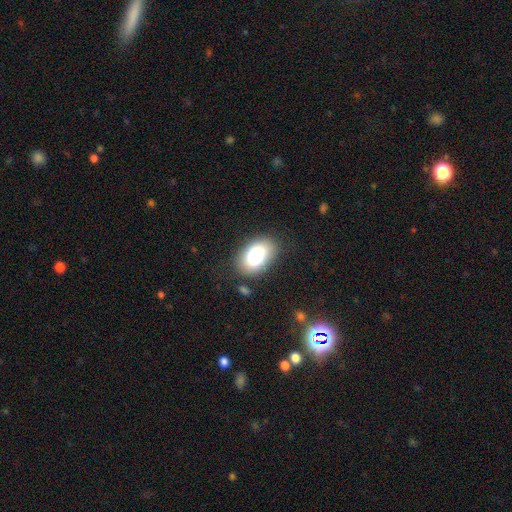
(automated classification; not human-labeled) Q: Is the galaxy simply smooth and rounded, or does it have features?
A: smooth — 84%.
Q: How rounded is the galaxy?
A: in between — 92%.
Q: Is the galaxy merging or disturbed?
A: none — 78%.